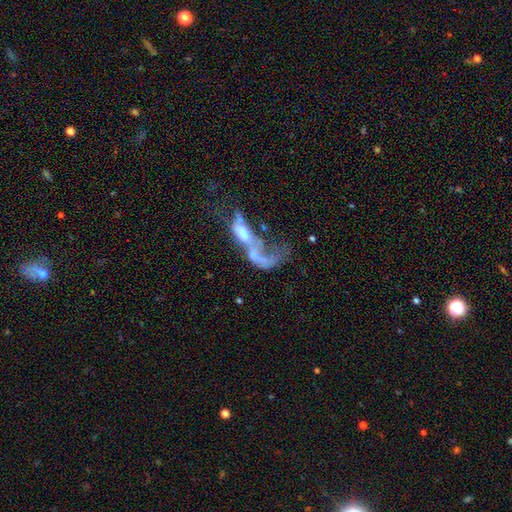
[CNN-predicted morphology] This appears to be a featured or disk galaxy (55%). Merging: merger (44%).